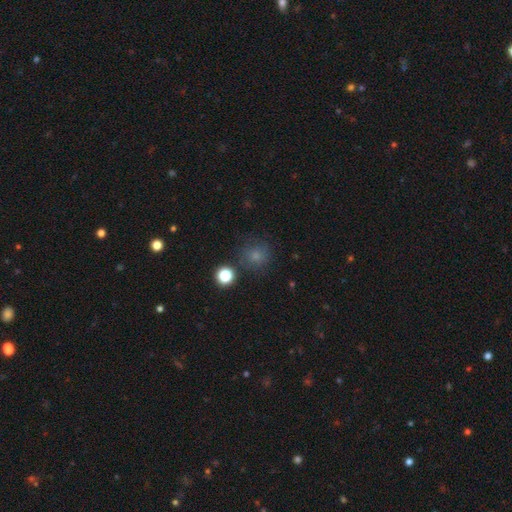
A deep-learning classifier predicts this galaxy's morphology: Smooth or featured: smooth — 76% (star or artifact — 17%)
How rounded: round — 88% (in between — 11%)
Merging: none — 75% (minor disturbance — 14%)